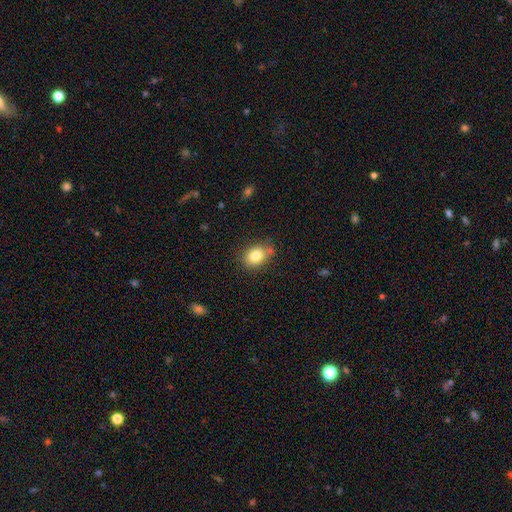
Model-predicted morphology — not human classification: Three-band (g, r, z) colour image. It shows a smooth galaxy with no disk features (81%) that is in between round and cigar-shaped (50%). Merging: none (73%).